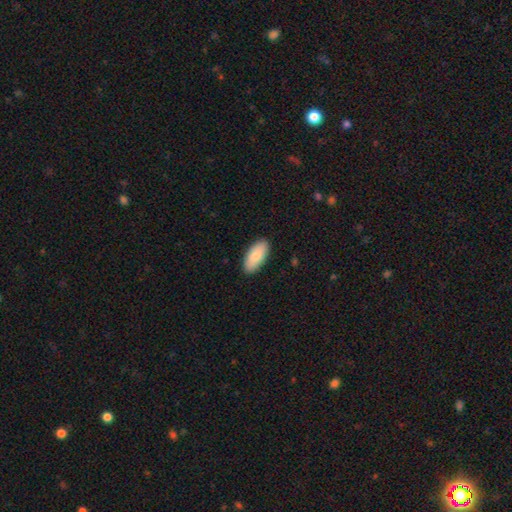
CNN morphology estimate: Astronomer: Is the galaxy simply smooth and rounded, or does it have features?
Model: smooth — 84%.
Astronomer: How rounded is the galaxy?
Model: in between — 91%.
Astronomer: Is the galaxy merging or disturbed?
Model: none — 89%.